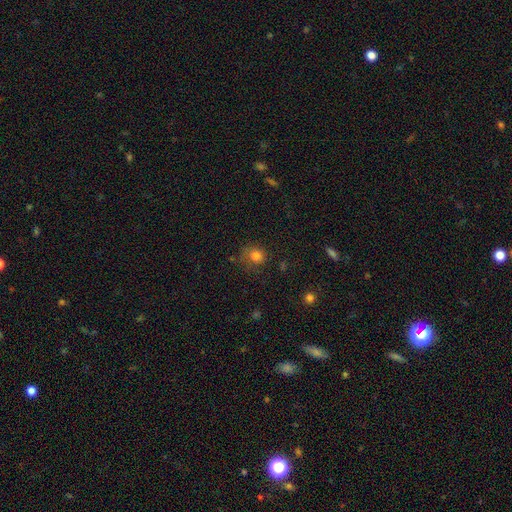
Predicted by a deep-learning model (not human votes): smooth 80%, star or artifact 12%, featured or disk 8%. Down the decision tree: how rounded — round (79%); merging — none (64%).